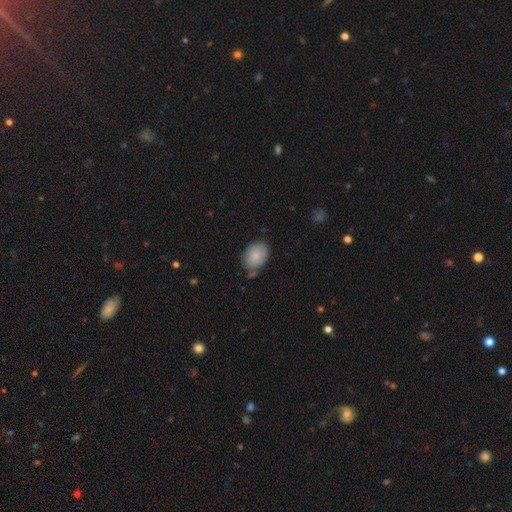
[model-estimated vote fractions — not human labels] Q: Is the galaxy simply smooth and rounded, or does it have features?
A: smooth — 84%.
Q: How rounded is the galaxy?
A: in between — 74%.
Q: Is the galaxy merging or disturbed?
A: none — 70%.